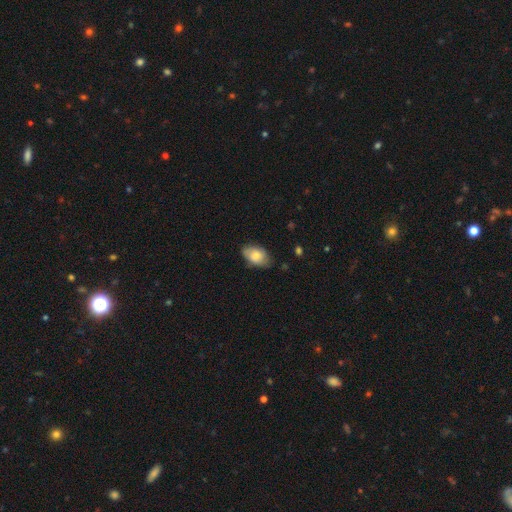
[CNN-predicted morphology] This appears to be a smooth galaxy with no disk features (77%) that is in between round and cigar-shaped (92%). Merging: none (72%).